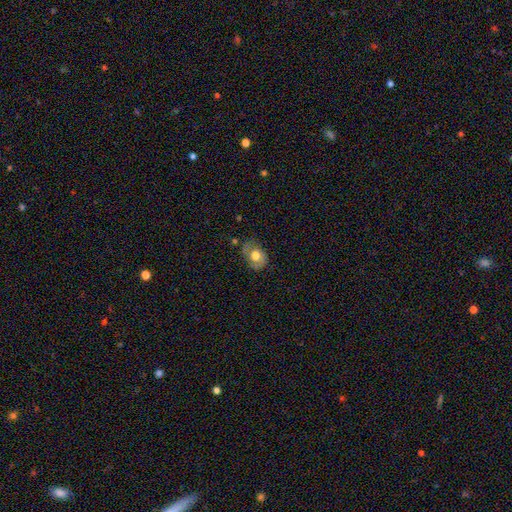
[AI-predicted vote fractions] Morphology: type=smooth (55%); roundness=in between (62%); merging=none (60%).